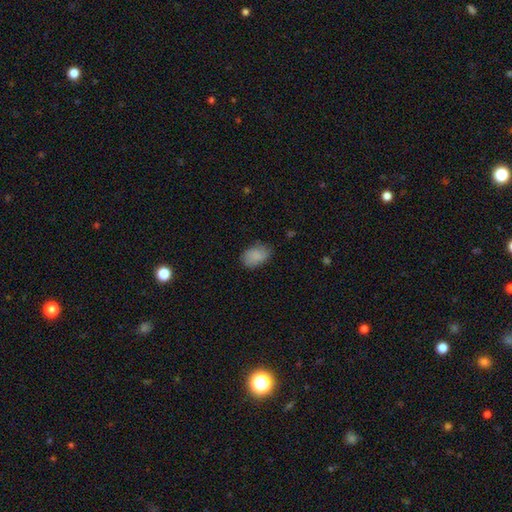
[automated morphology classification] Smooth or featured?
  - smooth: 86% *
  - star or artifact: 7%
  - featured or disk: 7%
How rounded?
  - in between: 87% *
  - round: 11%
  - cigar-shaped: 1%
Merging?
  - none: 70% *
  - minor disturbance: 24%
  - major disturbance: 5%
  - merger: 1%